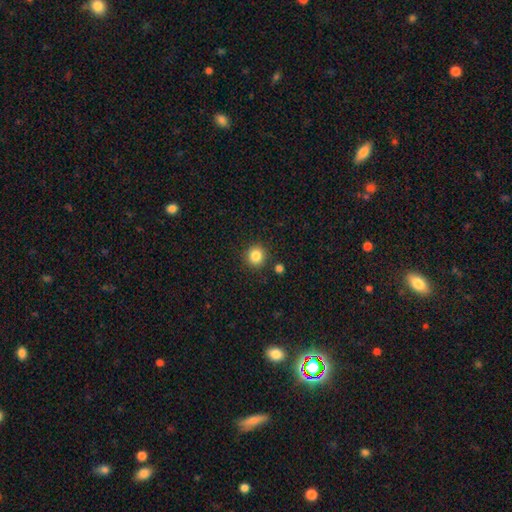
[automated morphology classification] The model was most divided on "smooth or featured": smooth: 84%, star or artifact: 11%, featured or disk: 5%. More confident: how rounded — round (92%); merging — none (89%).